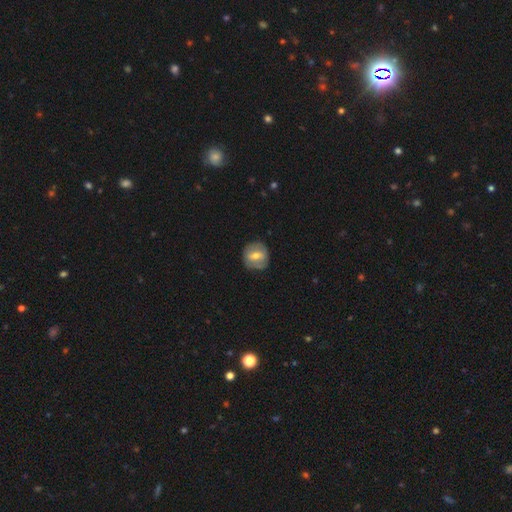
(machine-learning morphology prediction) Smooth or featured?
  - smooth: 47% *
  - featured or disk: 46%
  - star or artifact: 7%
Merging?
  - none: 78% *
  - minor disturbance: 16%
  - major disturbance: 5%
  - merger: 1%